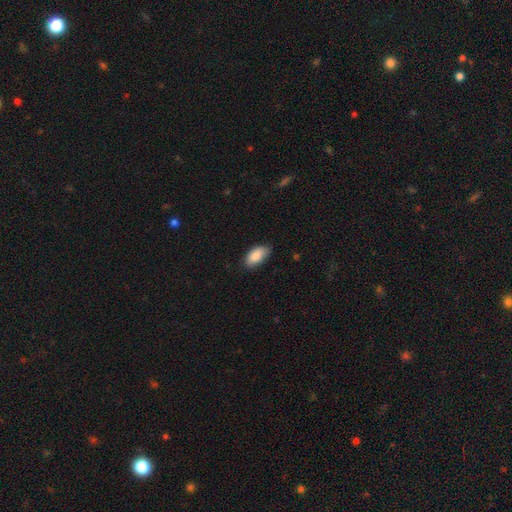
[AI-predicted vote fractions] This appears to be a smooth galaxy with no disk features (87%) that is in between round and cigar-shaped (93%). Merging: none (78%).